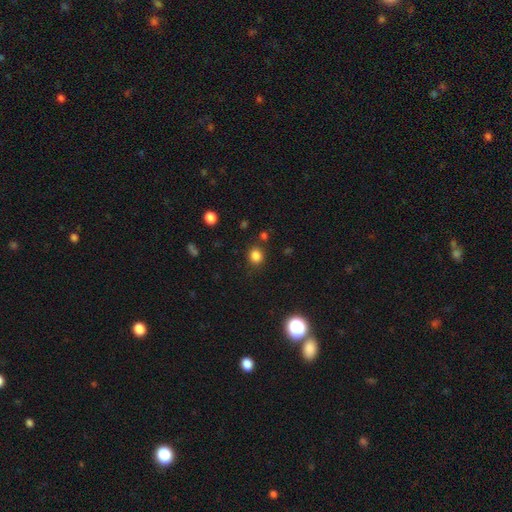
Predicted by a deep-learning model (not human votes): The model was most divided on "how rounded": round: 80%, in between: 19%, cigar-shaped: 1%. More confident: merging — none (84%); smooth or featured — smooth (83%).